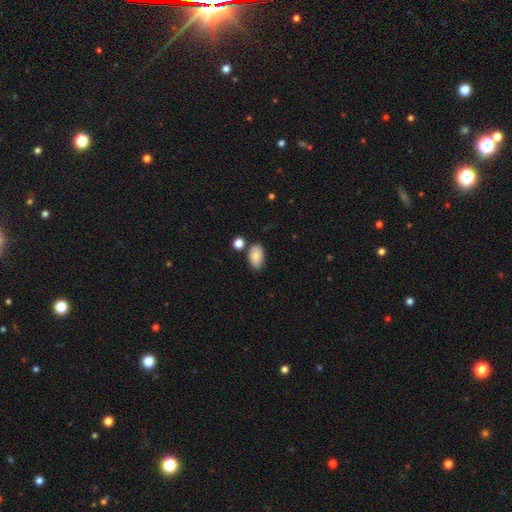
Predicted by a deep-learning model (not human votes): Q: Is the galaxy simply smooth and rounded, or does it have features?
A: smooth — 85%.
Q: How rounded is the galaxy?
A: in between — 91%.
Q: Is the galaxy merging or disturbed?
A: none — 72%.